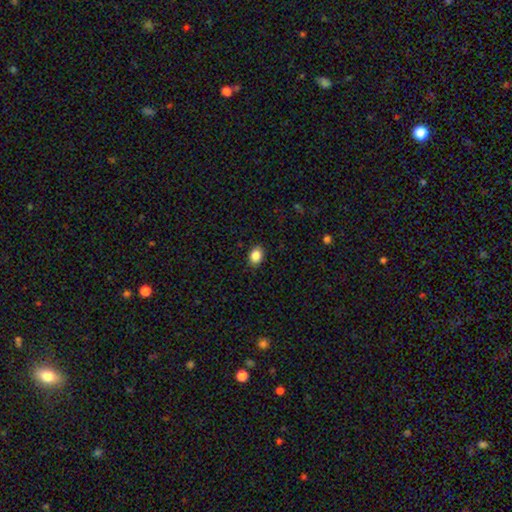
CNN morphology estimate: A smooth galaxy with no disk features (86%) that is in between round and cigar-shaped (72%). Merging: none (89%).